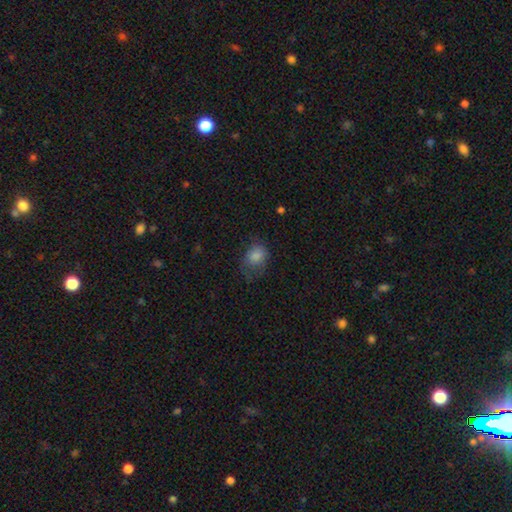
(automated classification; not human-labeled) Morphology: type=smooth (75%); roundness=in between (62%); merging=none (48%).